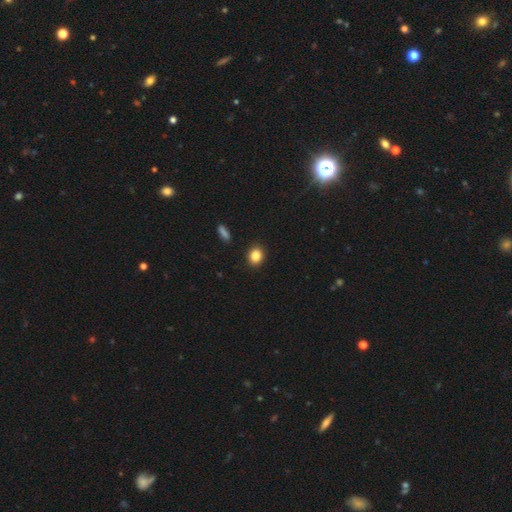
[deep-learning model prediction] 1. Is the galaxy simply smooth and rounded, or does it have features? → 85% smooth, 10% star or artifact, 5% featured or disk.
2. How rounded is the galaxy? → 63% round, 35% in between, 1% cigar-shaped.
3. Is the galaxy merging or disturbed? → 90% none, 7% minor disturbance, 2% major disturbance, 1% merger.